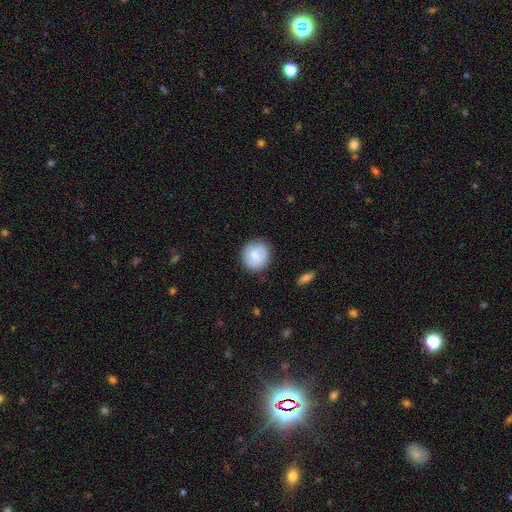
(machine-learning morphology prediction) Q: Smooth or featured?
A: smooth (74%); runner-up: featured or disk (19%)
Q: How rounded?
A: round (88%); runner-up: in between (11%)
Q: Merging?
A: none (86%); runner-up: minor disturbance (10%)